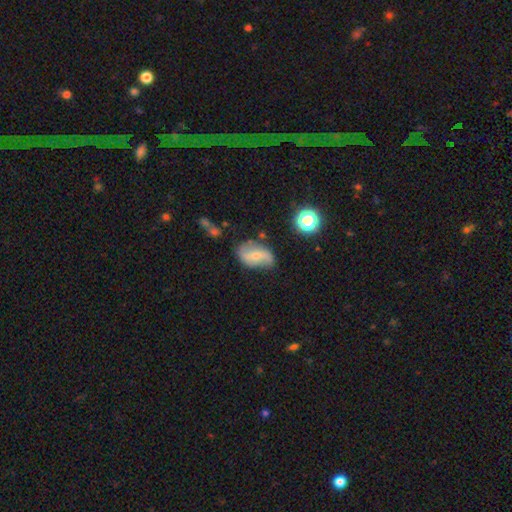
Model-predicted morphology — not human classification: Q: Smooth or featured?
A: featured or disk (60%); runner-up: smooth (31%)
Q: Edge-on disk?
A: no (95%); runner-up: yes (5%)
Q: Bar?
A: weak (42%); runner-up: no (37%)
Q: Spiral arms?
A: yes (84%); runner-up: no (16%)
Q: Bulge size?
A: small (58%); runner-up: moderate (31%)
Q: Merging?
A: none (67%); runner-up: minor disturbance (22%)